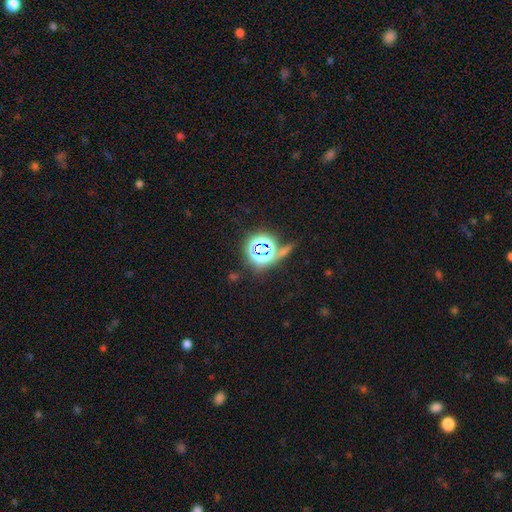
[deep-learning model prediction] smooth-or-featured: star or artifact: 76% | smooth: 15% | featured or disk: 9%